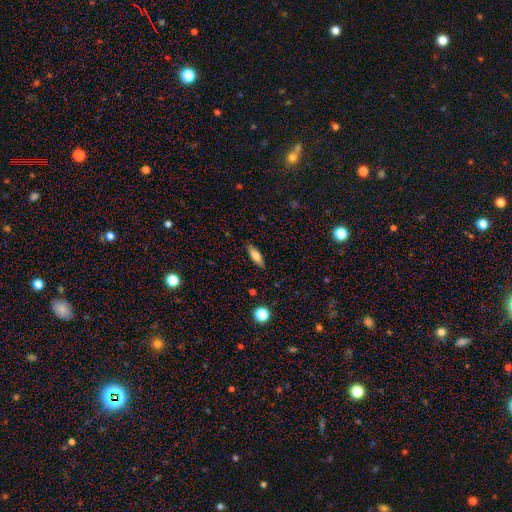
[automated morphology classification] Overall: smooth (68%). How rounded: in between (55%; cigar-shaped 42%). Merging: none (87%).